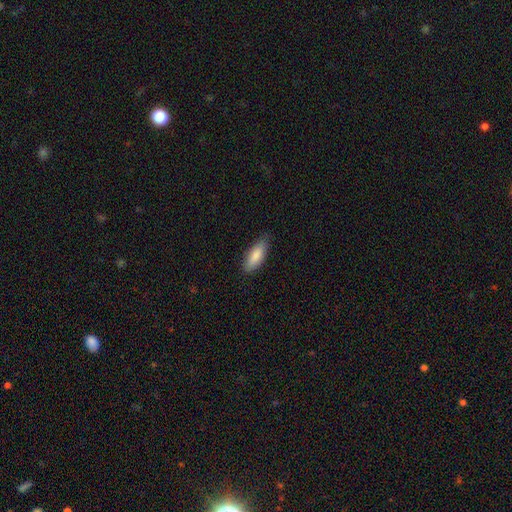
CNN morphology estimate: This is clearly a smooth galaxy (86%). How rounded: likely in between (72%). Merging: clearly none (83%).